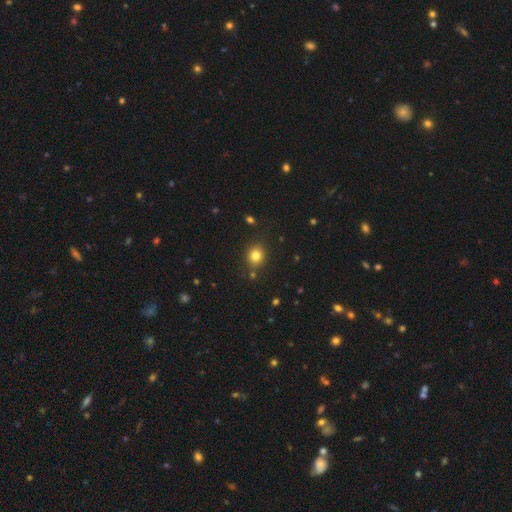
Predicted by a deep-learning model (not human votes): Morphology: type=smooth (79%); roundness=round (77%); merging=none (84%).